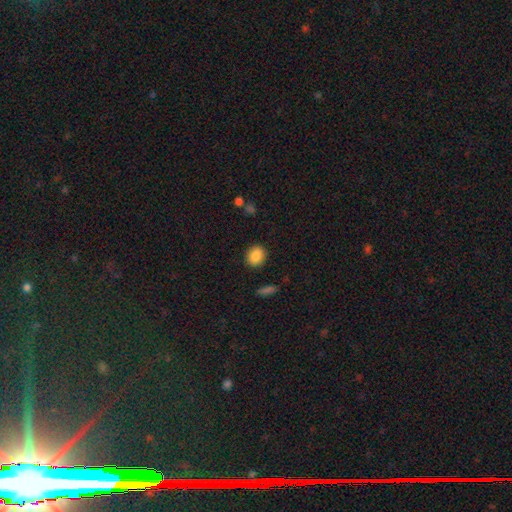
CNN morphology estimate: smooth_or_featured: smooth (p=0.87) [alt: star or artifact p=0.08]
how_rounded: round (p=0.61) [alt: in between p=0.37]
merging: none (p=0.89) [alt: minor disturbance p=0.07]